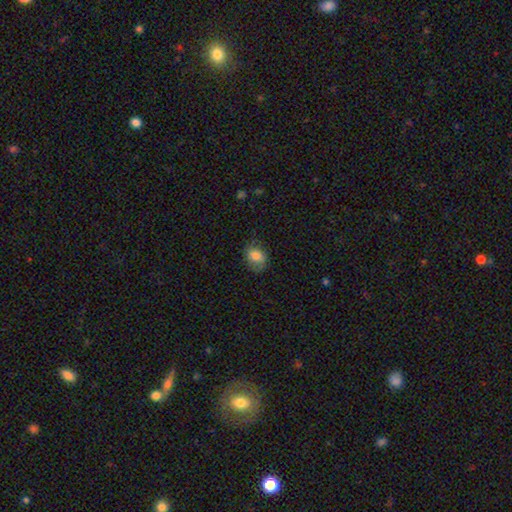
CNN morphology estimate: A smooth galaxy with no disk features (76%) that is in between round and cigar-shaped (64%). Merging: none (69%).